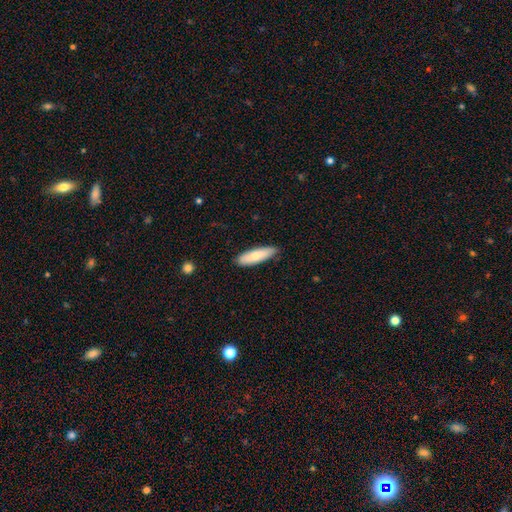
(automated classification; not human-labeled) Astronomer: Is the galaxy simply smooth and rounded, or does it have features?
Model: smooth — 74%.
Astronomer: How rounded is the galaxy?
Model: in between — 50% (runner-up: cigar-shaped, 49%).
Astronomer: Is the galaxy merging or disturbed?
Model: none — 85%.